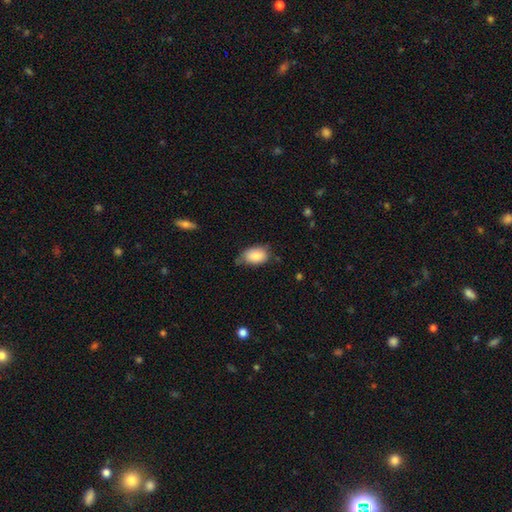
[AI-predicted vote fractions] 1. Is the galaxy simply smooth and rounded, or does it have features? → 85% smooth, 8% featured or disk, 7% star or artifact.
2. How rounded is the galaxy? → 90% in between, 9% round, 1% cigar-shaped.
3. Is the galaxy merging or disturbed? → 58% none, 34% minor disturbance, 7% major disturbance, 2% merger.